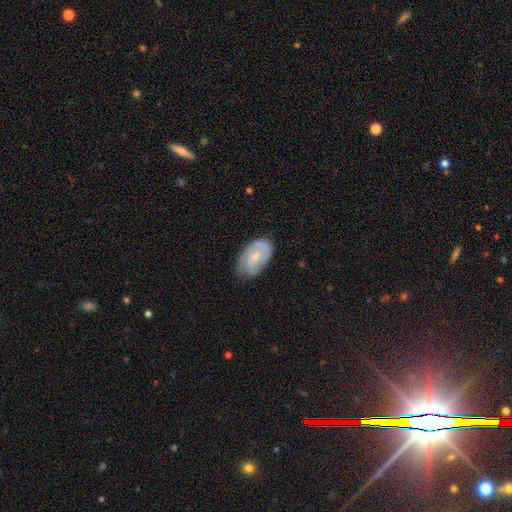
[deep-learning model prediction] Overall: featured or disk (48%; smooth 45%). Merging: none (60%; minor disturbance 31%).